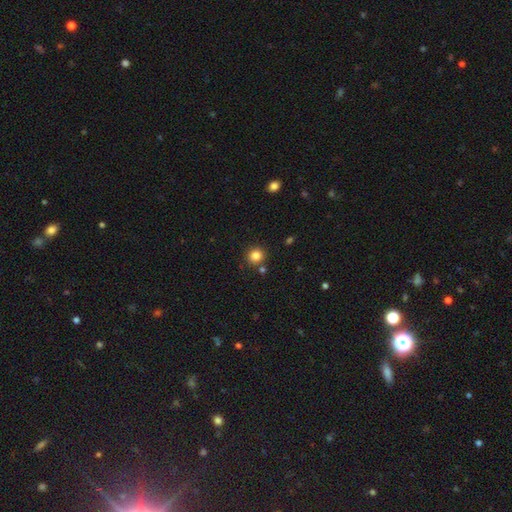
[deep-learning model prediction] Q: Smooth or featured?
A: smooth (84%); runner-up: star or artifact (12%)
Q: How rounded?
A: round (91%); runner-up: in between (8%)
Q: Merging?
A: none (84%); runner-up: minor disturbance (7%)